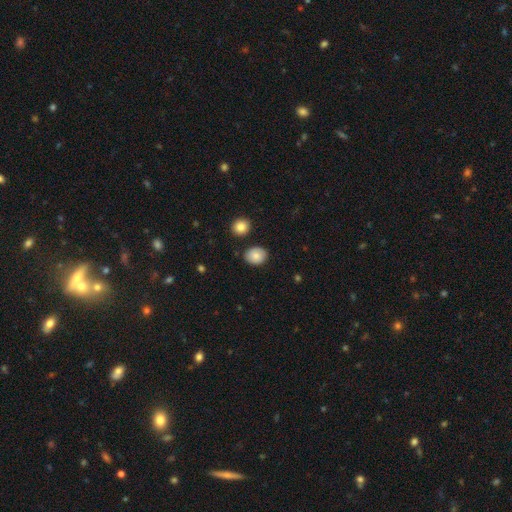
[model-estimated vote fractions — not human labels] The model was most divided on "how rounded": round: 58%, in between: 41%, cigar-shaped: 1%. More confident: merging — none (84%); smooth or featured — smooth (83%).